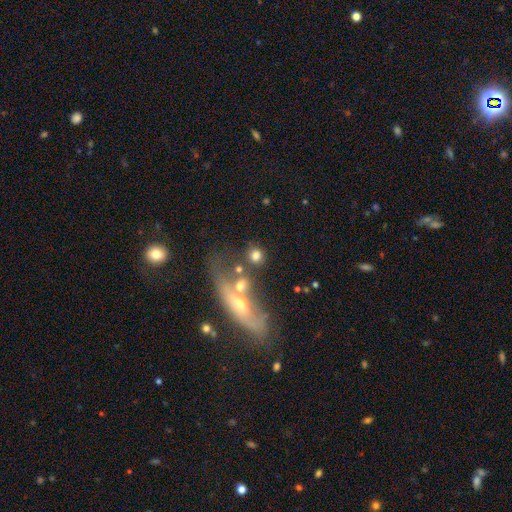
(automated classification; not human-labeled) Smooth or featured? smooth (71%)
How rounded? round (76%)
Merging? none (53%)